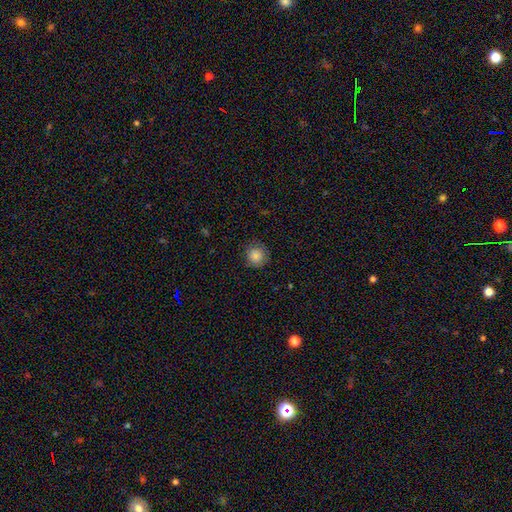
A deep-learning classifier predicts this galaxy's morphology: Overall: smooth (85%). How rounded: round (91%). Merging: none (83%).